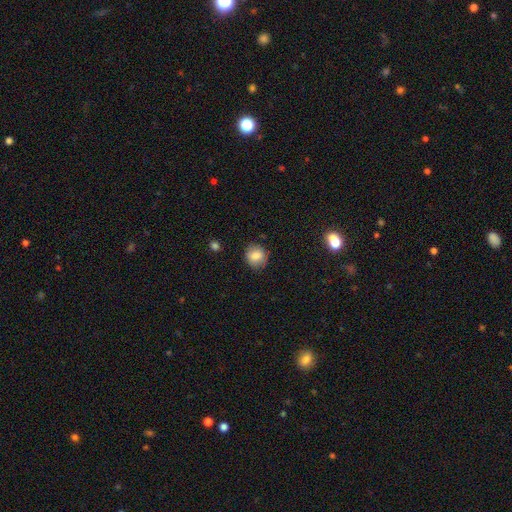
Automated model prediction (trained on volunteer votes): Smooth or featured: smooth — 80% (featured or disk — 11%)
How rounded: round — 77% (in between — 22%)
Merging: none — 81% (minor disturbance — 14%)